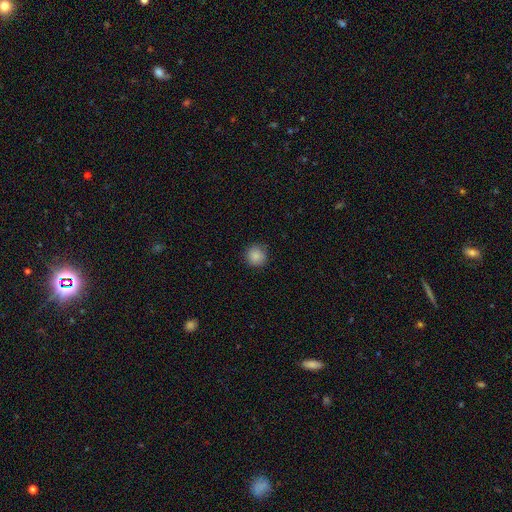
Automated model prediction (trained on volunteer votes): This is clearly a smooth galaxy (87%). How rounded: clearly round (94%). Merging: clearly none (86%).